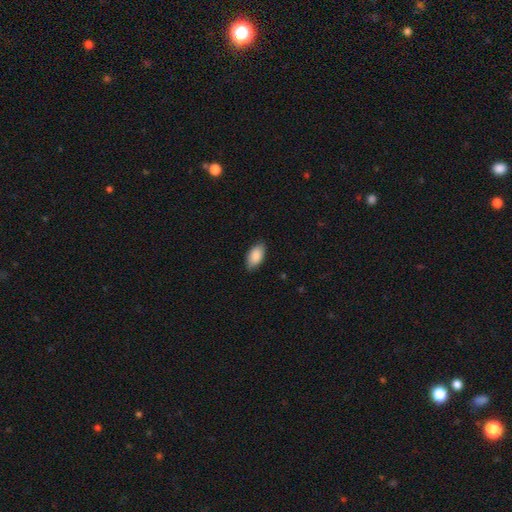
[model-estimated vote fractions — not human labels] smooth-or-featured: smooth: 89% | star or artifact: 6% | featured or disk: 5%
  how-rounded: in between: 94% | cigar-shaped: 3% | round: 2%
  merging: none: 86% | minor disturbance: 11% | major disturbance: 2% | merger: 1%